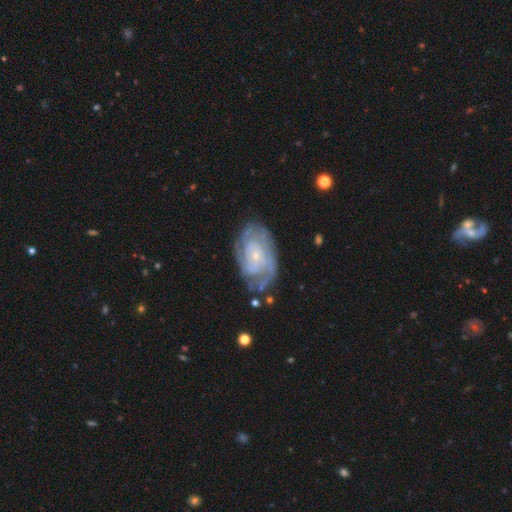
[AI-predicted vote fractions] Smooth or featured? Predicted: featured or disk (p=0.82). Edge-on disk? Predicted: no (p=0.96). Bar? Predicted: no (p=0.73). Spiral arms? Predicted: yes (p=0.93). Spiral winding? Predicted: tight (p=0.65). Spiral arm count? Predicted: can't tell (p=0.40). Bulge size? Predicted: small (p=0.80). Merging? Predicted: none (p=0.68).